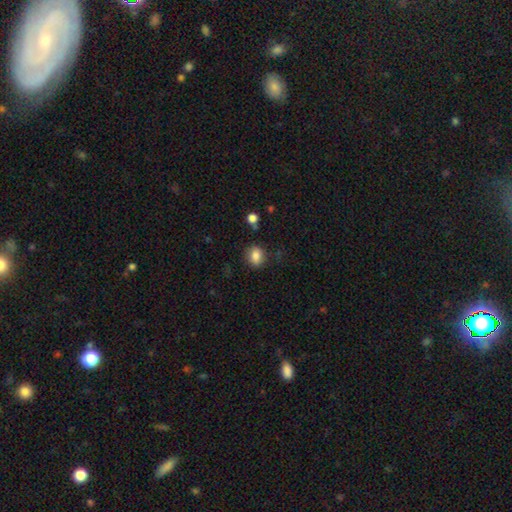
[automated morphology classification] smooth_or_featured: smooth (p=0.84) [alt: star or artifact p=0.09]
how_rounded: in between (p=0.52) [alt: round p=0.47]
merging: none (p=0.80) [alt: minor disturbance p=0.14]